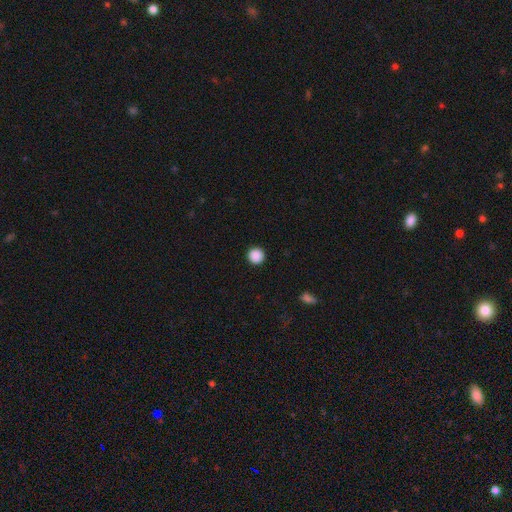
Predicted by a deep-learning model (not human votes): Smooth or featured: smooth — 89% (star or artifact — 9%)
How rounded: round — 96% (in between — 3%)
Merging: none — 94% (minor disturbance — 4%)